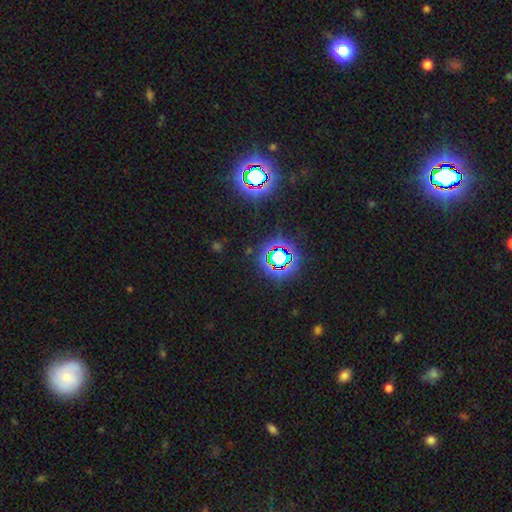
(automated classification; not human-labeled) Smooth or featured: star or artifact — 79% (smooth — 14%)